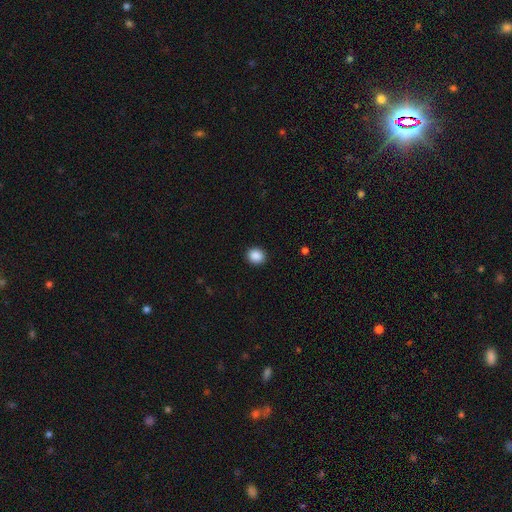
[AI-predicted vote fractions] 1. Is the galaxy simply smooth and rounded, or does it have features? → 89% smooth, 9% star or artifact, 3% featured or disk.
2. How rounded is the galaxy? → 76% round, 23% in between, 1% cigar-shaped.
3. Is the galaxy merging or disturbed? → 92% none, 6% minor disturbance, 2% major disturbance, 1% merger.